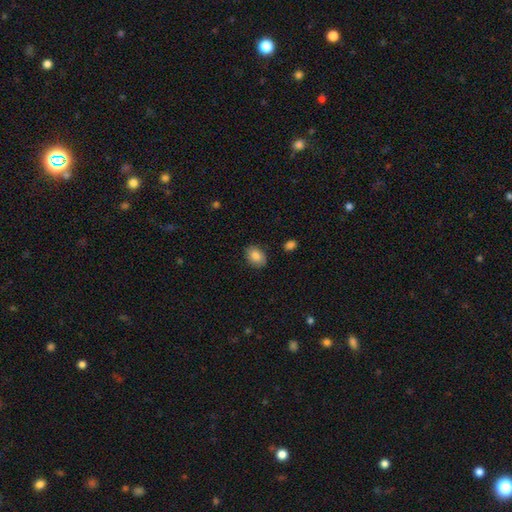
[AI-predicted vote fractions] Morphology: type=smooth (84%); roundness=in between (72%); merging=none (84%).